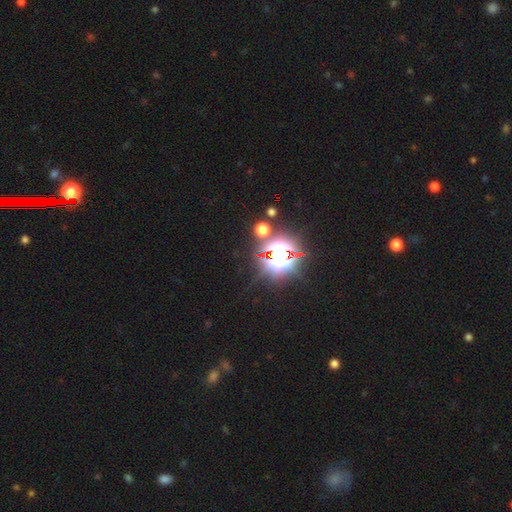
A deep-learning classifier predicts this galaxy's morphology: type=star or artifact (84%).